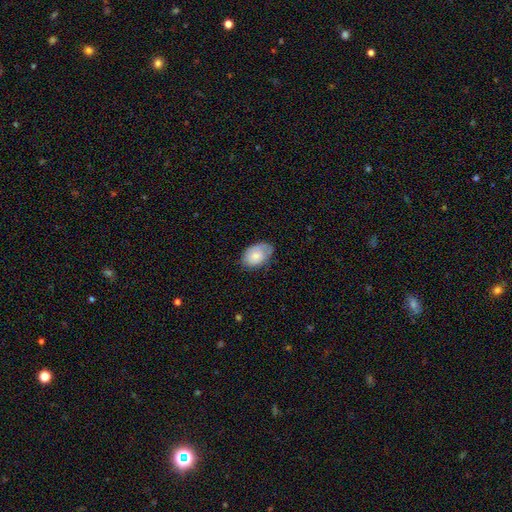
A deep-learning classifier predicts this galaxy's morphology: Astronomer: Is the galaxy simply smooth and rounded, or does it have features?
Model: smooth — 73%.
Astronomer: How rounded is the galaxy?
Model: in between — 88%.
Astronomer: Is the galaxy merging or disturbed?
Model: none — 65%.